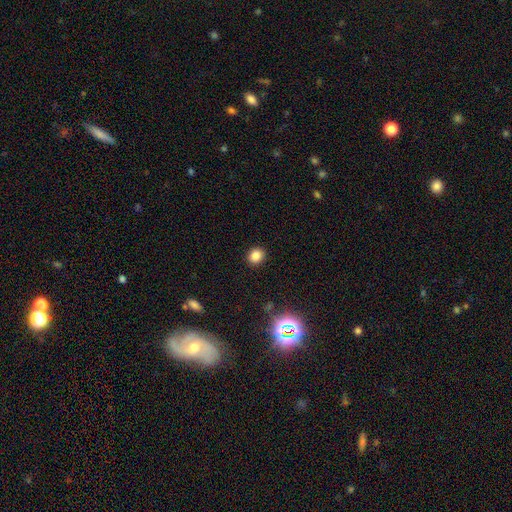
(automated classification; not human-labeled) A smooth galaxy with no disk features (83%) that is round (77%). Merging: none (91%).